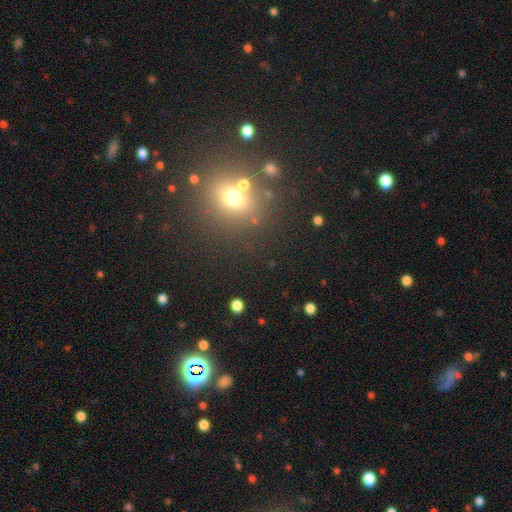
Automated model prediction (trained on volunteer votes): Morphology: type=star or artifact (48%).